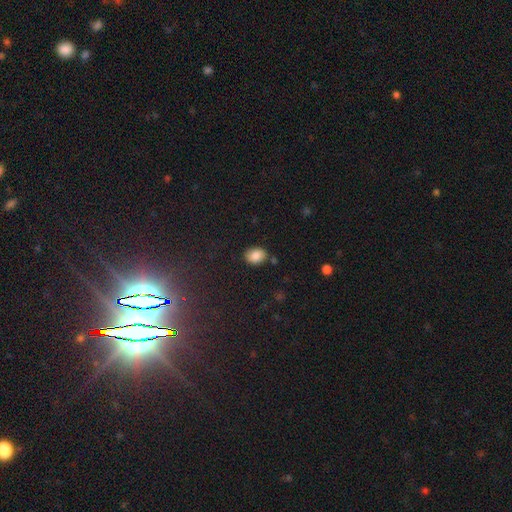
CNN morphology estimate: type=smooth (86%); roundness=in between (69%); merging=none (79%).